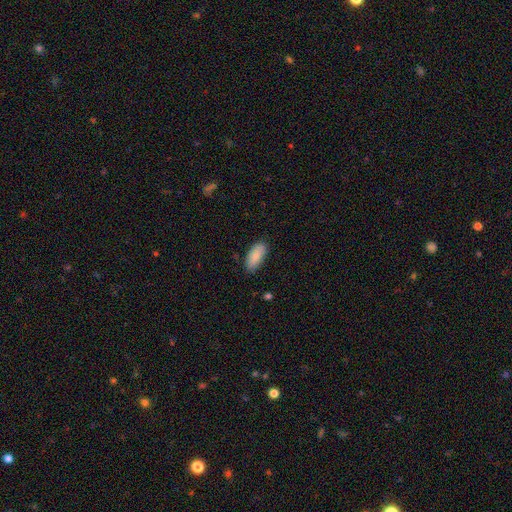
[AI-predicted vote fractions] A smooth galaxy with no disk features (85%) that is in between round and cigar-shaped (89%).

Vote fractions:
- Smooth or featured? smooth: 85% / featured or disk: 8% / star or artifact: 6%
- How rounded? in between: 89% / cigar-shaped: 9% / round: 2%
- Merging? none: 83% / minor disturbance: 14% / major disturbance: 2% / merger: 1%